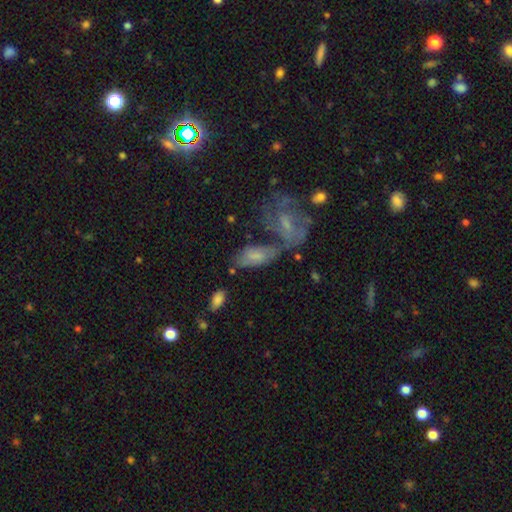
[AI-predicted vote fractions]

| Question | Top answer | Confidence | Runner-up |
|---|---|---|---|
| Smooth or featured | smooth | 52% | featured or disk (38%) |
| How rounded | in between | 86% | cigar-shaped (9%) |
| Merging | none | 36% | merger (31%) |